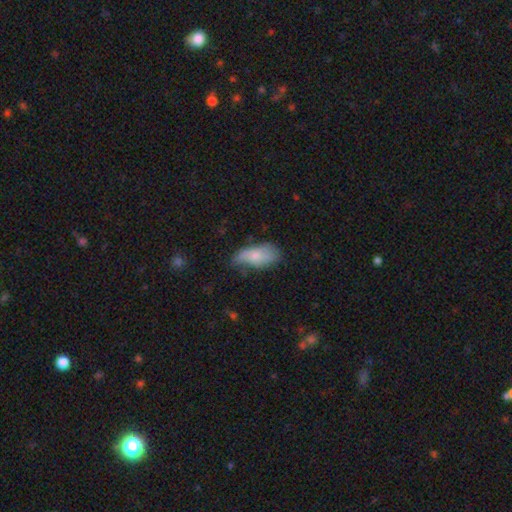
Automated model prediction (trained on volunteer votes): Smooth or featured? Predicted: smooth (p=0.68). How rounded? Predicted: in between (p=0.86). Merging? Predicted: none (p=0.47).